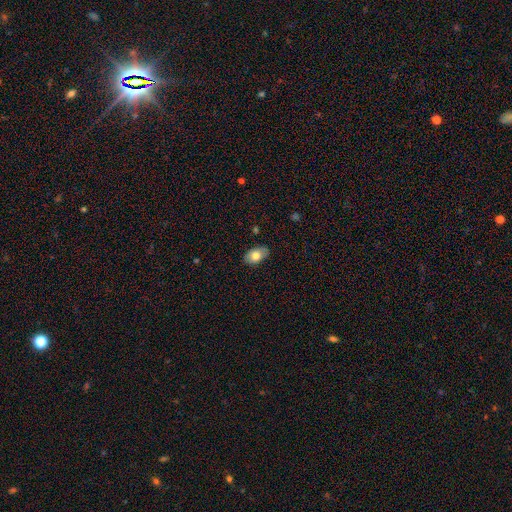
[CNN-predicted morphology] Smooth or featured? Predicted: smooth (p=0.75). How rounded? Predicted: in between (p=0.90). Merging? Predicted: none (p=0.84).